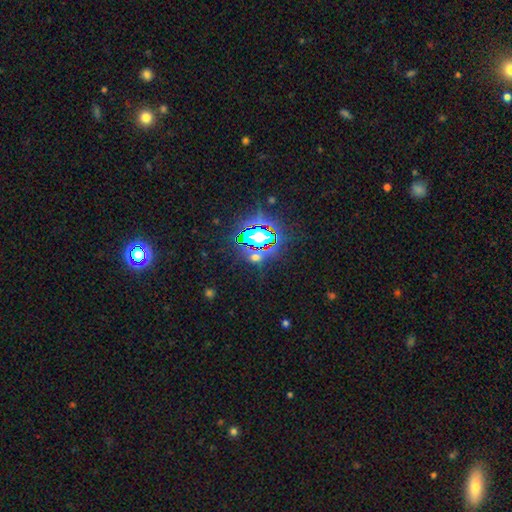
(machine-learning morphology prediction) This appears to be a star or artifact, not a galaxy (77%).